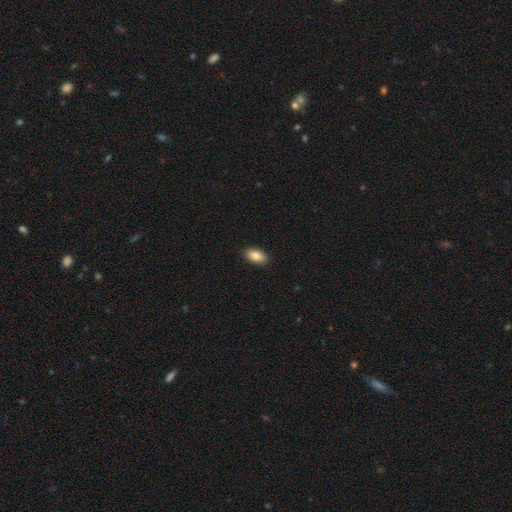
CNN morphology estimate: This appears to be a smooth galaxy with no disk features (85%) that is in between round and cigar-shaped (93%). Merging: none (90%).